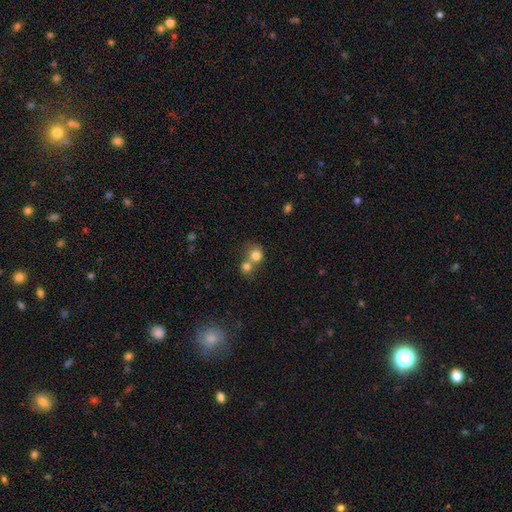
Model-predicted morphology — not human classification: Overall: smooth (77%). How rounded: round (81%). Merging: merger (60%; none 32%).